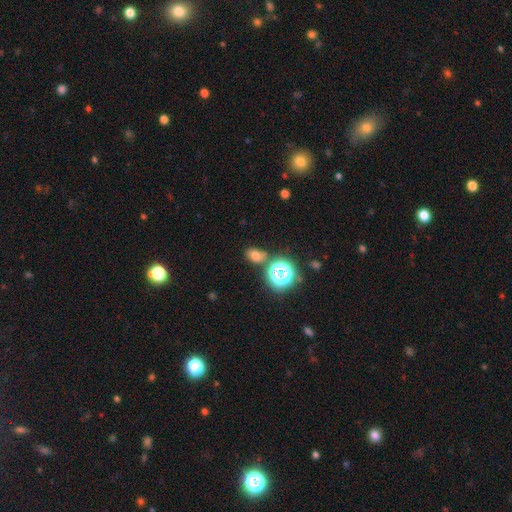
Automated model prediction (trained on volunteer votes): smooth-or-featured: smooth: 66% | star or artifact: 25% | featured or disk: 9%
  how-rounded: in between: 64% | round: 35% | cigar-shaped: 1%
  merging: none: 74% | minor disturbance: 12% | merger: 10% | major disturbance: 4%